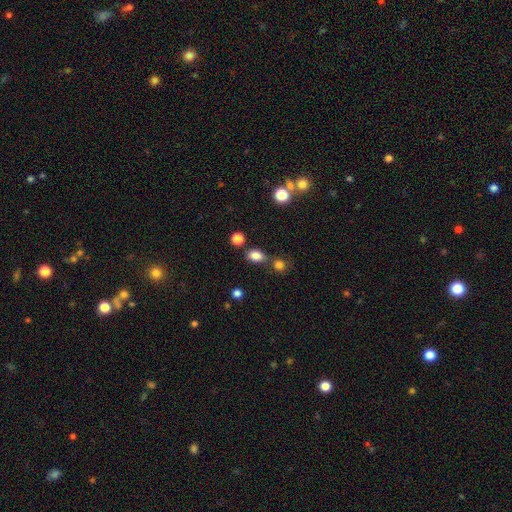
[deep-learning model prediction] smooth_or_featured: smooth (p=0.83) [alt: star or artifact p=0.12]
how_rounded: in between (p=0.74) [alt: round p=0.24]
merging: none (p=0.69) [alt: minor disturbance p=0.13]